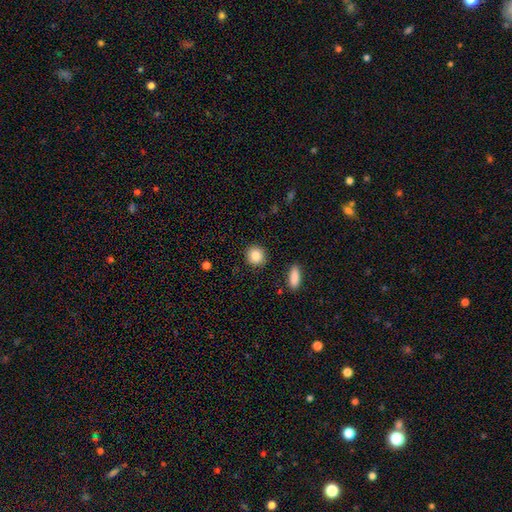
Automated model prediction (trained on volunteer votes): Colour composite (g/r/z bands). It shows a smooth galaxy with no disk features (88%) that is round (87%). Merging: none (90%).